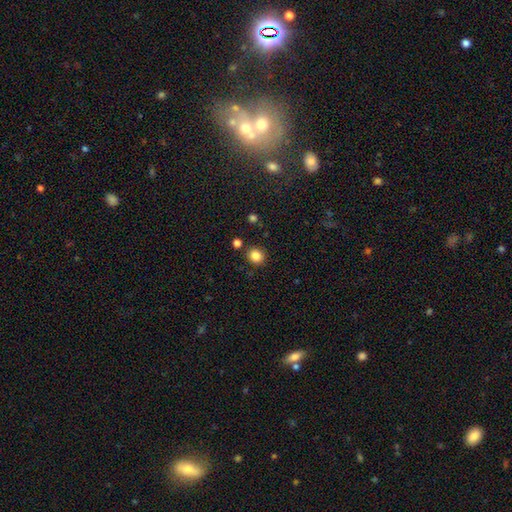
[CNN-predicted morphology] Smooth or featured? Predicted: smooth (p=0.84). How rounded? Predicted: round (p=0.78). Merging? Predicted: none (p=0.85).